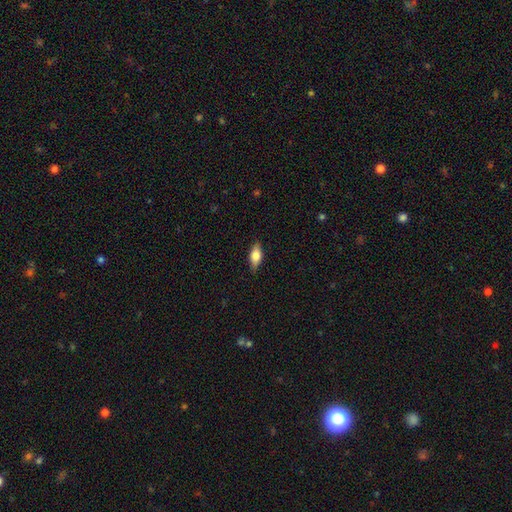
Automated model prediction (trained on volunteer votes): smooth-or-featured: smooth: 65% | featured or disk: 27% | star or artifact: 7%
  how-rounded: in between: 80% | cigar-shaped: 16% | round: 5%
  merging: none: 84% | minor disturbance: 12% | major disturbance: 2% | merger: 1%